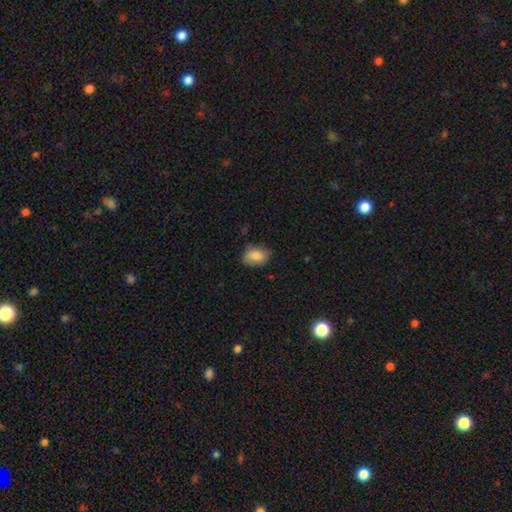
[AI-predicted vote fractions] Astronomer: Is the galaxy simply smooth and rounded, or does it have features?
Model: smooth — 84%.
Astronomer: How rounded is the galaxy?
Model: in between — 79%.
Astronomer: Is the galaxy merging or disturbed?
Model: none — 69%.